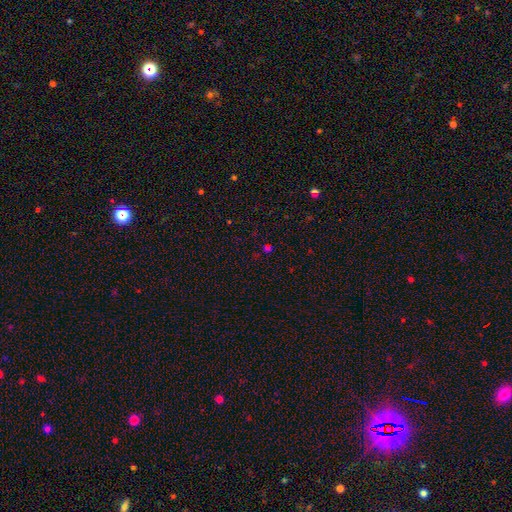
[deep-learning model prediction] A star or artifact, not a galaxy (52%).